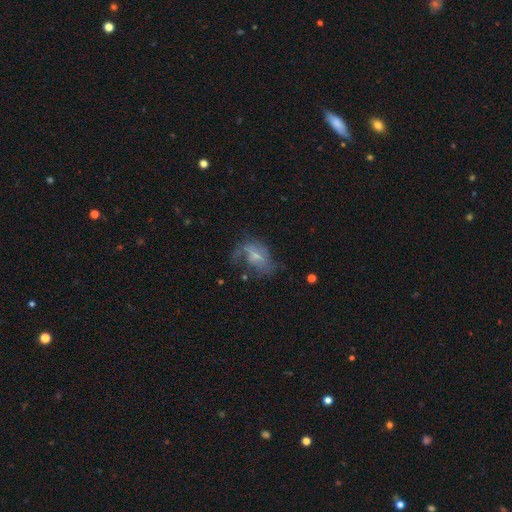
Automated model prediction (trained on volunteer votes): Q: Smooth or featured?
A: featured or disk (62%); runner-up: smooth (29%)
Q: Edge-on disk?
A: no (96%); runner-up: yes (4%)
Q: Bar?
A: no (55%); runner-up: weak (38%)
Q: Spiral arms?
A: yes (71%); runner-up: no (29%)
Q: Bulge size?
A: small (57%); runner-up: moderate (31%)
Q: Merging?
A: major disturbance (38%); runner-up: none (35%)